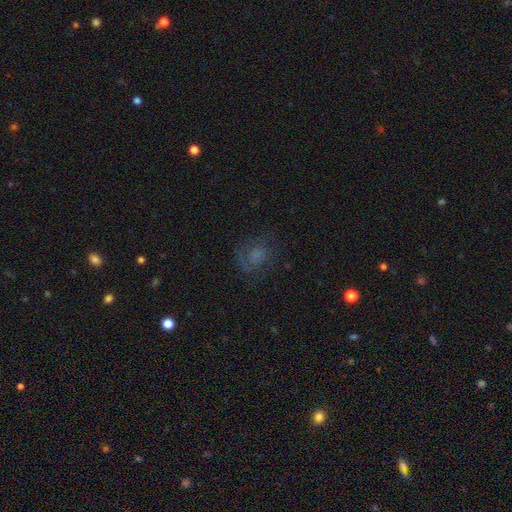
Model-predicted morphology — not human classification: Smooth or featured? featured or disk (44%)
Merging? none (64%)